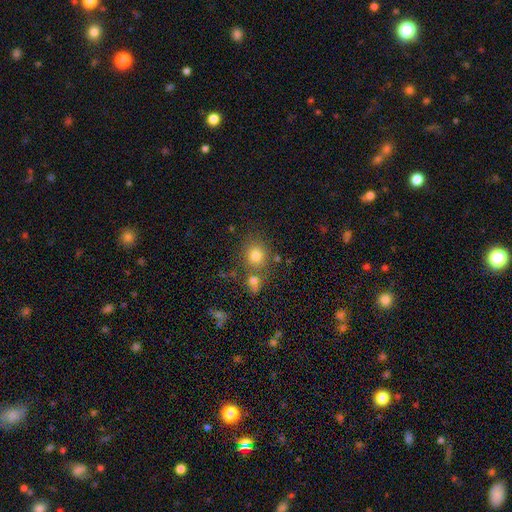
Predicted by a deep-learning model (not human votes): Q: Smooth or featured?
A: smooth (79%); runner-up: star or artifact (13%)
Q: How rounded?
A: round (82%); runner-up: in between (17%)
Q: Merging?
A: none (65%); runner-up: merger (21%)